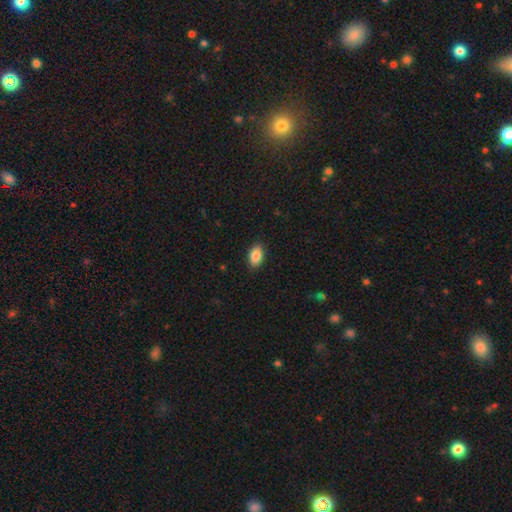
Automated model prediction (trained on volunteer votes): smooth-or-featured: smooth: 88% | star or artifact: 7% | featured or disk: 5%
  how-rounded: in between: 91% | round: 7% | cigar-shaped: 2%
  merging: none: 88% | minor disturbance: 9% | major disturbance: 2% | merger: 1%